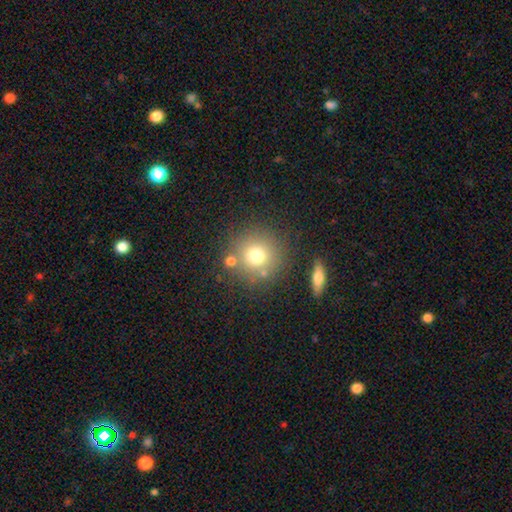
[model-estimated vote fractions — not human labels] This appears to be a smooth galaxy with no disk features (73%) that is round (93%). Merging: none (77%).